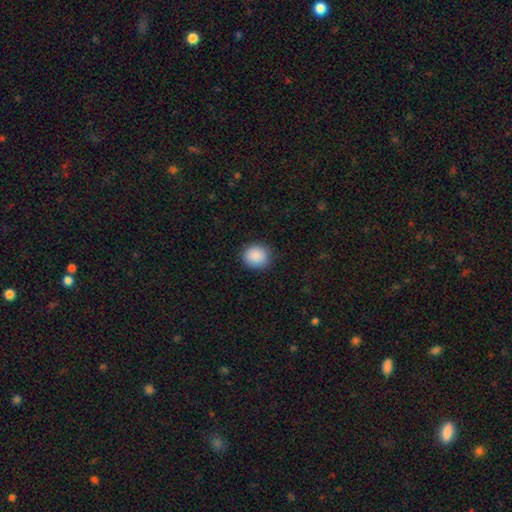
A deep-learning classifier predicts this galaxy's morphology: The model was most divided on "how rounded": round: 89%, in between: 10%, cigar-shaped: 1%. More confident: smooth or featured — smooth (89%); merging — none (89%).